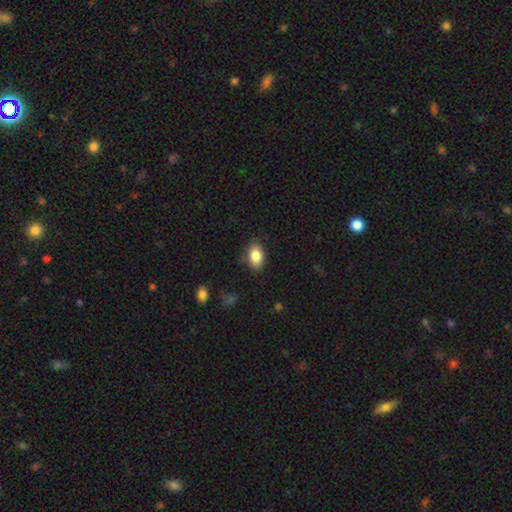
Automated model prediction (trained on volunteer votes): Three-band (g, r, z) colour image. It shows a smooth galaxy with no disk features (86%) that is in between round and cigar-shaped (86%). Merging: none (82%).